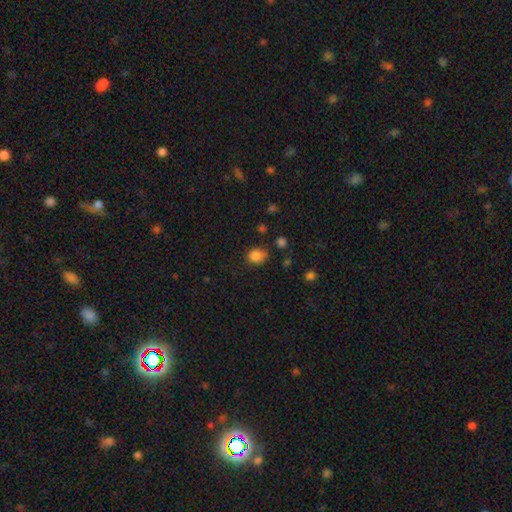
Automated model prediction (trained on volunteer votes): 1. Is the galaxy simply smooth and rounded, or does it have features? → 83% smooth, 11% star or artifact, 5% featured or disk.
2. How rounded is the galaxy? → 64% round, 35% in between, 1% cigar-shaped.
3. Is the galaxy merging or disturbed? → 66% none, 25% minor disturbance, 6% major disturbance, 4% merger.